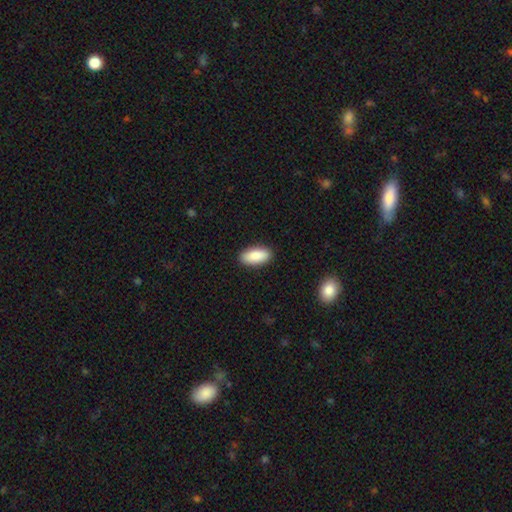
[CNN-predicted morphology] smooth-or-featured: smooth: 90% | star or artifact: 6% | featured or disk: 4%
  how-rounded: in between: 89% | cigar-shaped: 9% | round: 2%
  merging: none: 90% | minor disturbance: 7% | major disturbance: 2% | merger: 1%